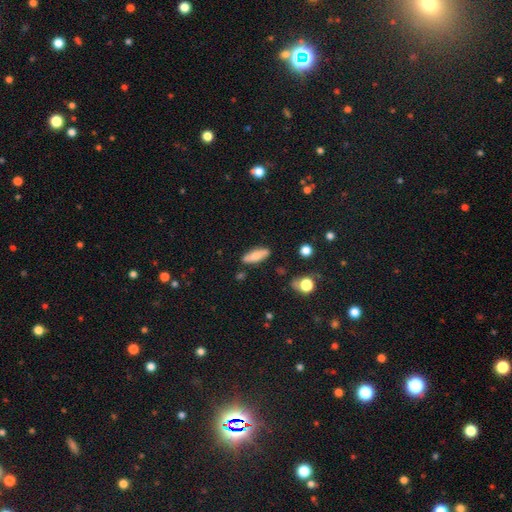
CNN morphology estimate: smooth-or-featured: smooth: 72% | featured or disk: 21% | star or artifact: 7%
  how-rounded: in between: 53% | cigar-shaped: 45% | round: 3%
  merging: none: 84% | minor disturbance: 11% | merger: 2% | major disturbance: 2%